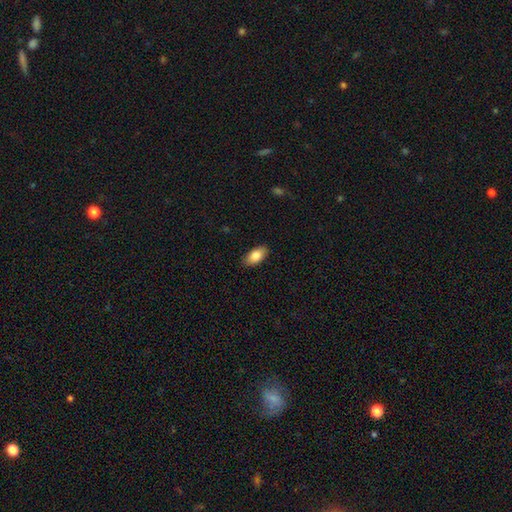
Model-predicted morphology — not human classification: This appears to be a smooth galaxy with no disk features (83%) that is in between round and cigar-shaped (92%). Merging: none (88%).